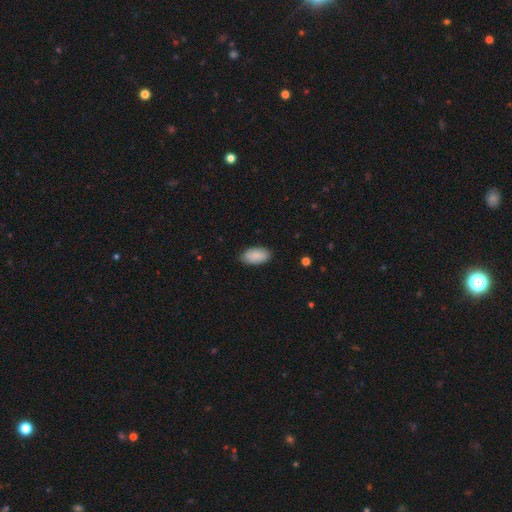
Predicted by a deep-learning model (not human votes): A smooth galaxy with no disk features (90%) that is in between round and cigar-shaped (95%).

Vote fractions:
- Smooth or featured? smooth: 90% / star or artifact: 6% / featured or disk: 4%
- How rounded? in between: 95% / round: 3% / cigar-shaped: 2%
- Merging? none: 84% / minor disturbance: 13% / major disturbance: 2% / merger: 1%